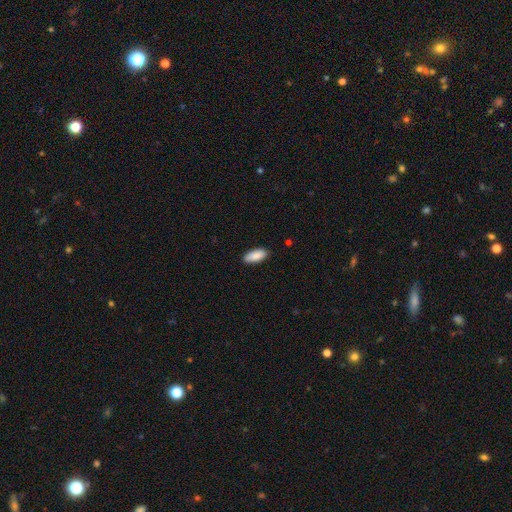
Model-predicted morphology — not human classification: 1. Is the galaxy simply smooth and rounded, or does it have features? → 89% smooth, 6% star or artifact, 5% featured or disk.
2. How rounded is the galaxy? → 86% in between, 13% cigar-shaped, 2% round.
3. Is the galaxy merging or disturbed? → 87% none, 10% minor disturbance, 2% major disturbance, 1% merger.